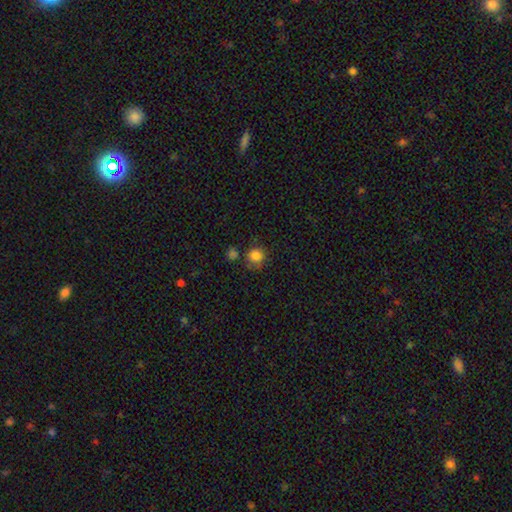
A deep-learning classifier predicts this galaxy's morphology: Smooth or featured? smooth (83%)
How rounded? round (86%)
Merging? none (68%)